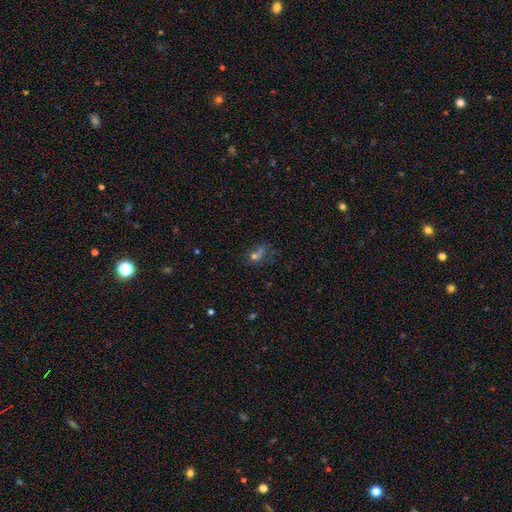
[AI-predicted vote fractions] Smooth or featured? smooth (44%)
Merging? none (40%)